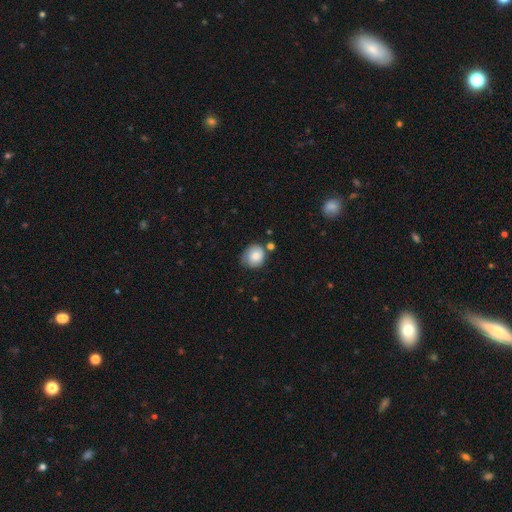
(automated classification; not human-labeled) Smooth or featured? Predicted: smooth (p=0.80). How rounded? Predicted: round (p=0.77). Merging? Predicted: none (p=0.60).